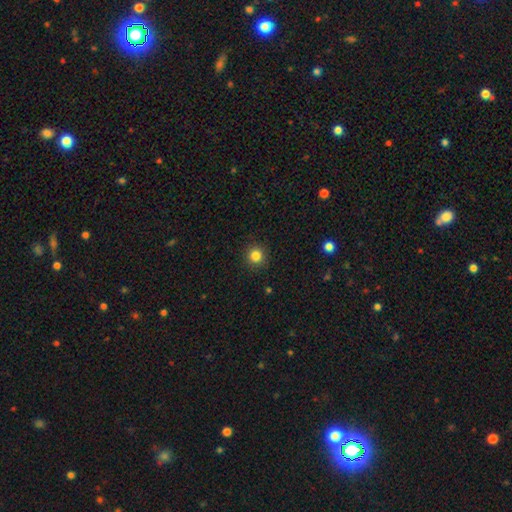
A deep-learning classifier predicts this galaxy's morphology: smooth 84%, star or artifact 12%, featured or disk 4%. Down the decision tree: how rounded — round (93%); merging — none (91%).